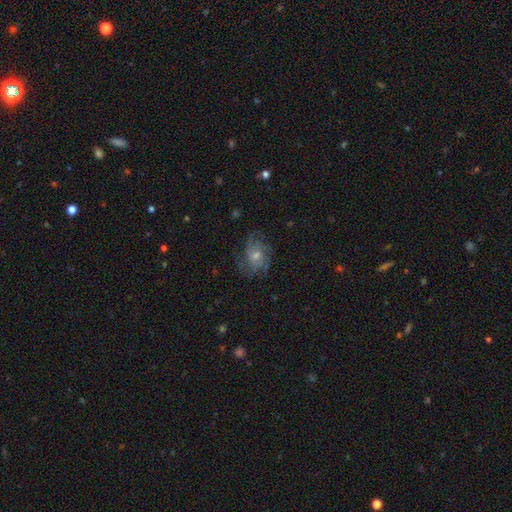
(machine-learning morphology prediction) type=featured or disk (64%); edge-on=no (97%); bar=no (75%); spiral arms=yes (89%); winding=medium (42%, tied with tight); arm count=can't tell (36%); bulge=moderate (49%); merging=none (70%).